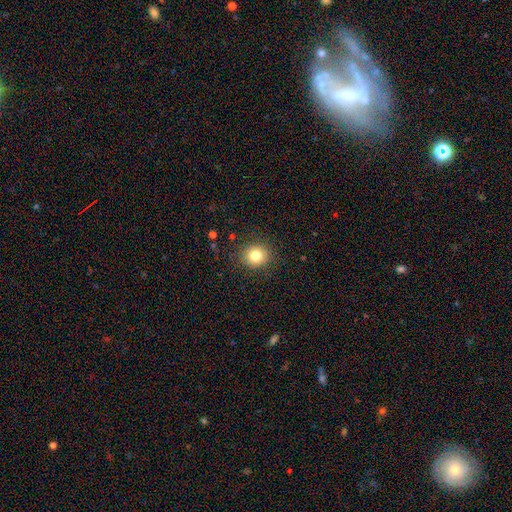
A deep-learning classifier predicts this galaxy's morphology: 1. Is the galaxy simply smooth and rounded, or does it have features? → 81% smooth, 12% star or artifact, 8% featured or disk.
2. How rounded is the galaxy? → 81% round, 18% in between, 1% cigar-shaped.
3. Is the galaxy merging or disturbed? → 89% none, 8% minor disturbance, 3% major disturbance, 1% merger.